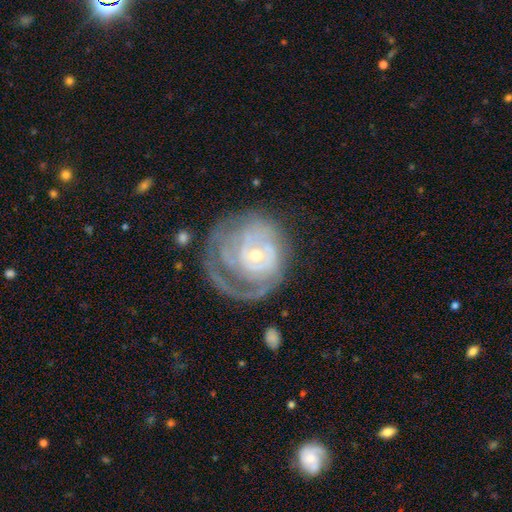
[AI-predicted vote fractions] Smooth or featured?
  - featured or disk: 80% *
  - smooth: 14%
  - star or artifact: 6%
Edge-on disk?
  - no: 97% *
  - yes: 3%
Bar?
  - no: 73% *
  - weak: 22%
  - strong: 5%
Spiral arms?
  - yes: 85% *
  - no: 15%
Spiral winding?
  - tight: 65% *
  - medium: 24%
  - loose: 10%
Spiral arm count?
  - can't tell: 41% *
  - 2: 20%
  - 1: 16%
  - 3: 12%
  - 4: 6%
  - more than 4: 5%
Bulge size?
  - small: 60% *
  - moderate: 36%
  - large: 2%
  - none: 1%
  - dominant: 1%
Merging?
  - none: 52% *
  - major disturbance: 25%
  - minor disturbance: 20%
  - merger: 3%